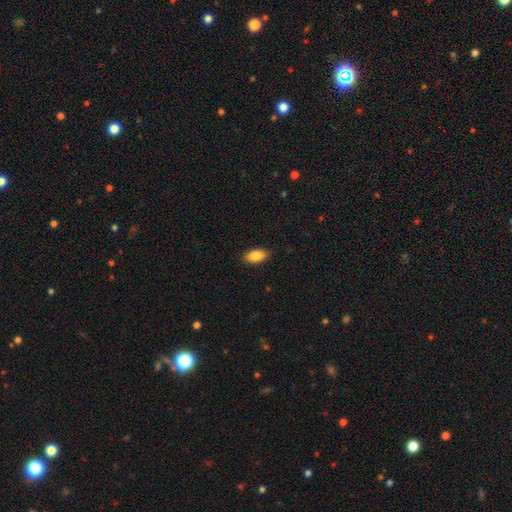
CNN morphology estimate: This is clearly a smooth galaxy (87%). How rounded: clearly in between (91%). Merging: clearly none (88%).